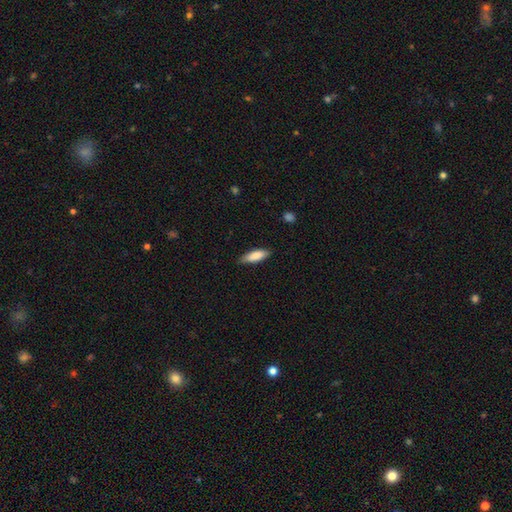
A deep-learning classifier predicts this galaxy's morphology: smooth 83%, featured or disk 11%, star or artifact 6%. Down the decision tree: how rounded — in between (55%); merging — none (80%).